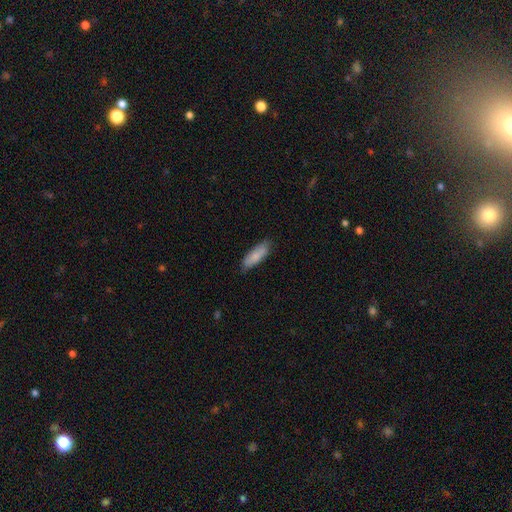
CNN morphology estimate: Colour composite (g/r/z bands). It shows a smooth galaxy with no disk features (81%) that is in between round and cigar-shaped (60%). Merging: none (79%).